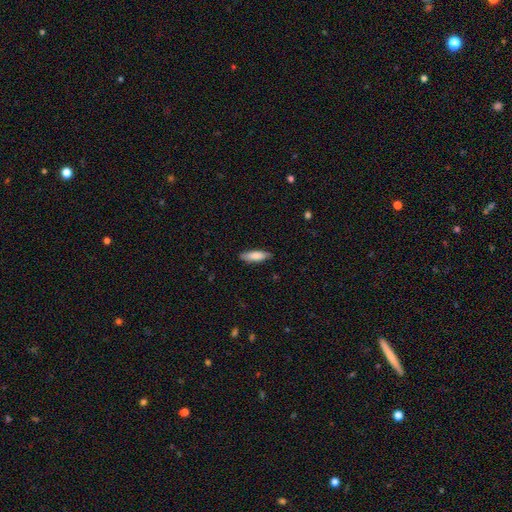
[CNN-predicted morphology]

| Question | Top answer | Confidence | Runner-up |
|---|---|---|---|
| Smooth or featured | smooth | 80% | featured or disk (15%) |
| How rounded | cigar-shaped | 50% | in between (49%) |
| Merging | none | 84% | minor disturbance (12%) |